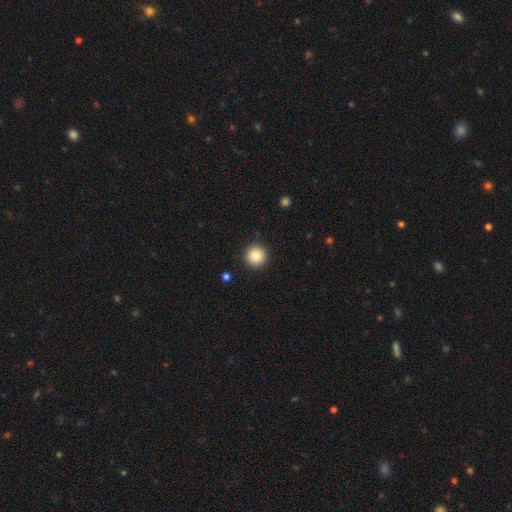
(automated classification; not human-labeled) This appears to be a smooth galaxy with no disk features (87%) that is round (95%). Merging: none (92%).